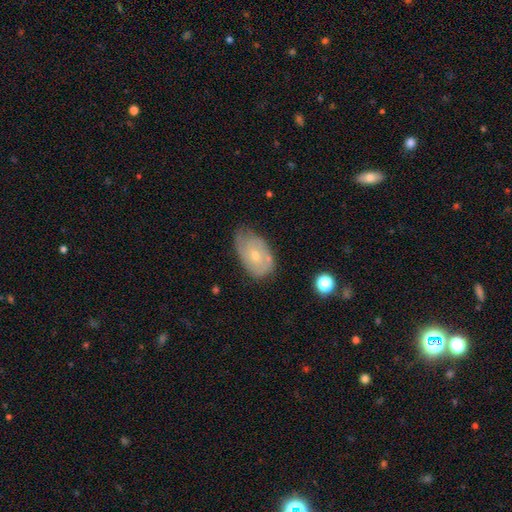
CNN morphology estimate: type=featured or disk (55%); edge-on=no (94%); bar=no (75%); spiral arms=yes (70%); bulge=small (57%); merging=none (52%).